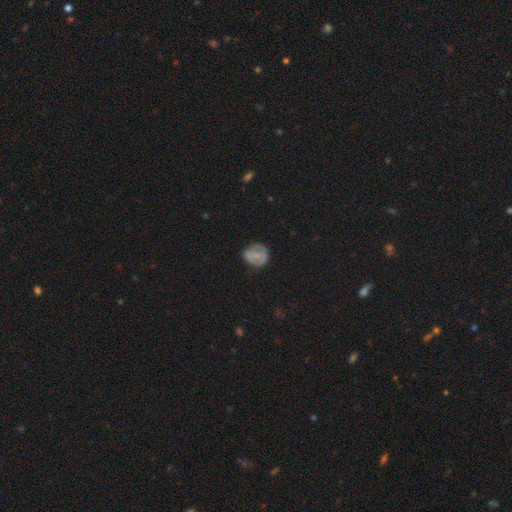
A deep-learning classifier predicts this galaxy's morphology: A smooth galaxy with no disk features (59%) that is round (83%). Merging: none (72%).